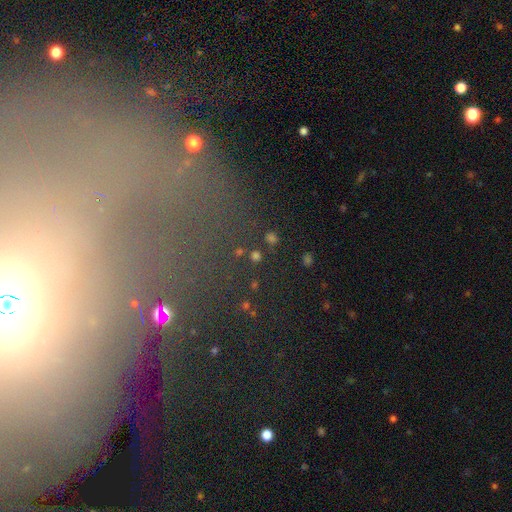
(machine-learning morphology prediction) star or artifact 48%, smooth 42%, featured or disk 10%.